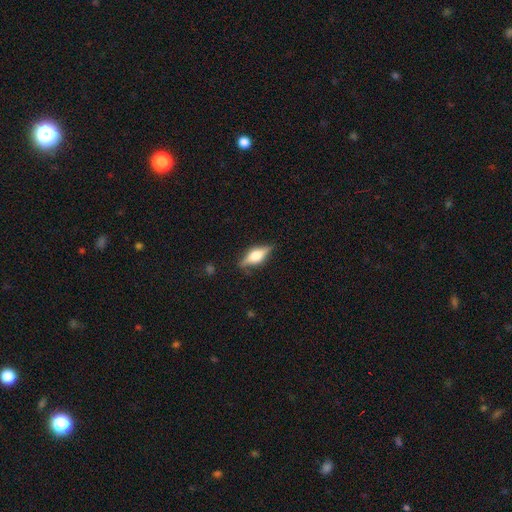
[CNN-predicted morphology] Overall: featured or disk (62%; smooth 31%). Edge-on disk: yes (95%). Edge-on bulge: rounded (88%). Merging: none (82%).